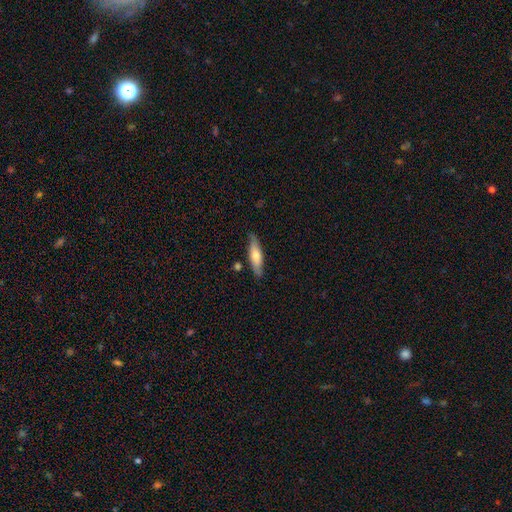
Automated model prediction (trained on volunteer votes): This is possibly a smooth galaxy (59%). How rounded: likely cigar-shaped (70%). Merging: clearly none (82%).